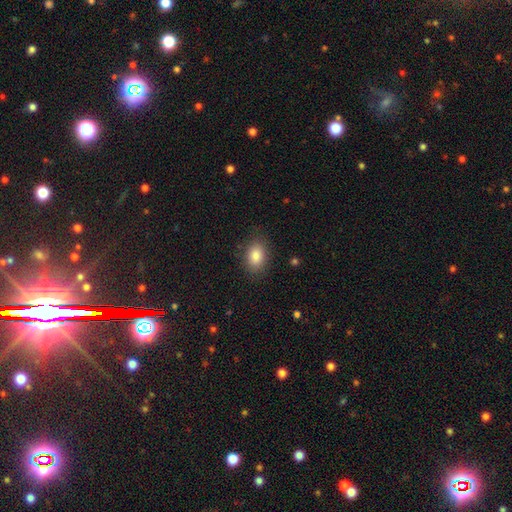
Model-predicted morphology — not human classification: smooth 86%, star or artifact 8%, featured or disk 6%. Down the decision tree: how rounded — in between (84%); merging — none (84%).